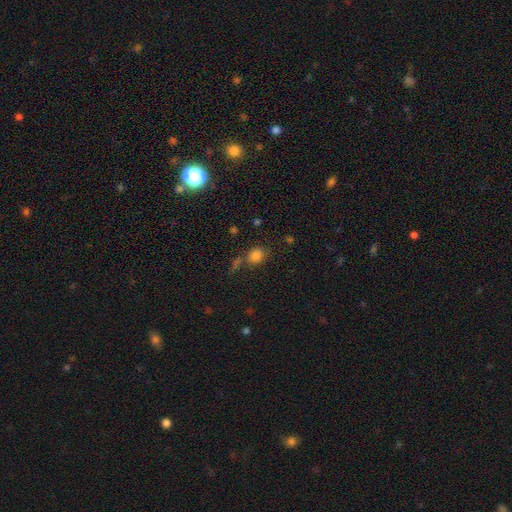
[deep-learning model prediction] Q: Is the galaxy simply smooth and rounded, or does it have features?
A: smooth — 79%.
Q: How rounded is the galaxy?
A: round — 61%.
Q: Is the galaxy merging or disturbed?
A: none — 60%.